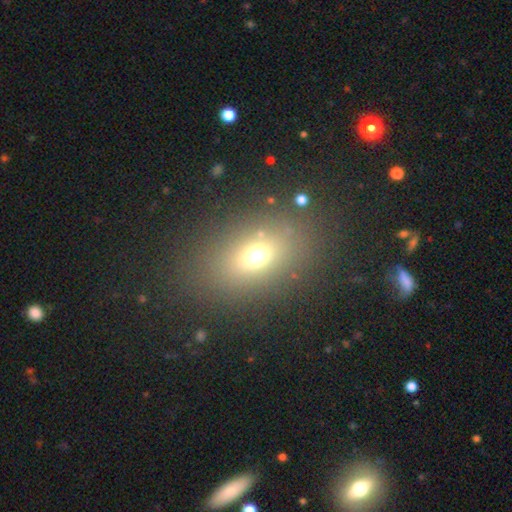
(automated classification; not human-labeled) Smooth or featured?
  - smooth: 66% *
  - star or artifact: 20%
  - featured or disk: 15%
How rounded?
  - in between: 68% *
  - round: 29%
  - cigar-shaped: 3%
Merging?
  - none: 81% *
  - minor disturbance: 10%
  - major disturbance: 7%
  - merger: 3%